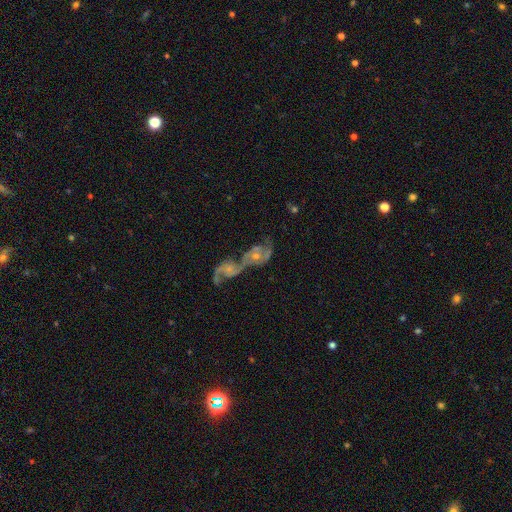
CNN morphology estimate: Overall: featured or disk (73%). Edge-on disk: no (95%). Bar: no (74%). Spiral arms: yes (83%). Spiral arm count: 2 (64%). Spiral winding: loose (45%; medium 38%). Bulge size: small (45%; moderate 39%). Merging: merger (75%).